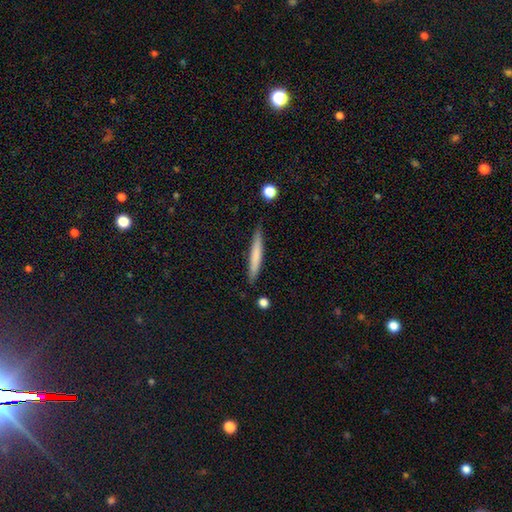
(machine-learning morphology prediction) Q: Smooth or featured?
A: smooth (70%); runner-up: featured or disk (24%)
Q: How rounded?
A: cigar-shaped (95%); runner-up: in between (4%)
Q: Merging?
A: none (87%); runner-up: minor disturbance (10%)